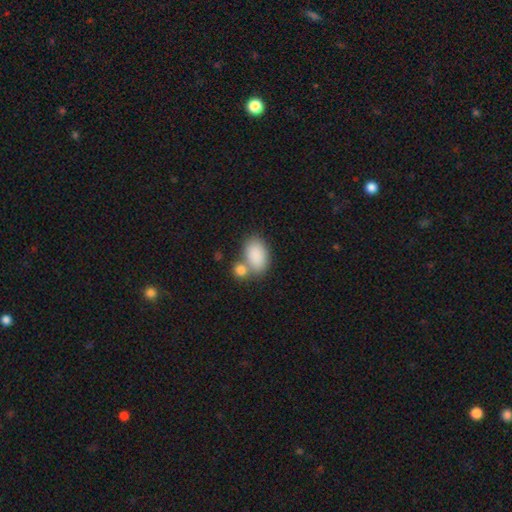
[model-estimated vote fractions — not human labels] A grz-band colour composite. It shows a smooth galaxy with no disk features (86%) that is in between round and cigar-shaped (90%). Merging: none (49%).